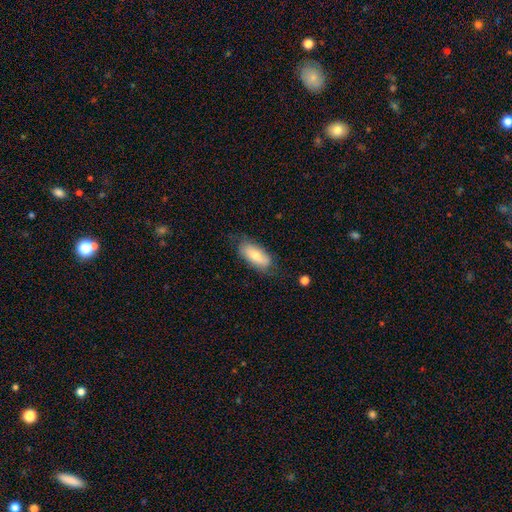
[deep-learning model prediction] Morphology: type=smooth (76%); roundness=in between (86%); merging=none (71%).